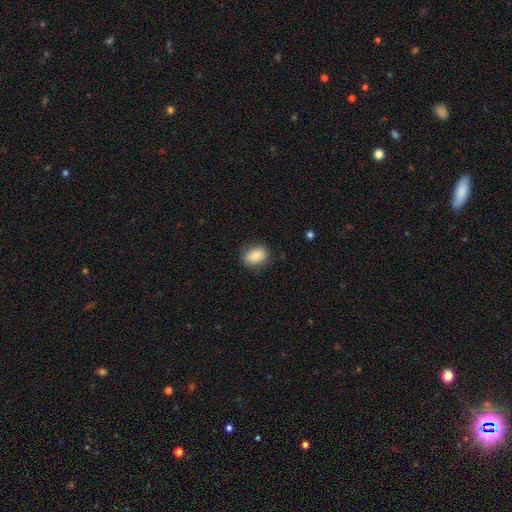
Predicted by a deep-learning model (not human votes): This appears to be a smooth galaxy with no disk features (81%) that is in between round and cigar-shaped (73%). Merging: none (81%).